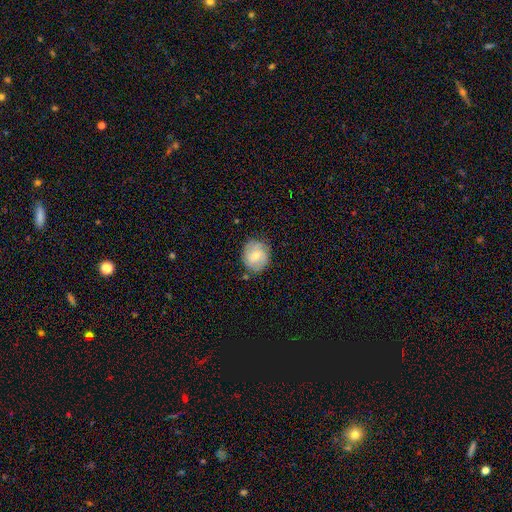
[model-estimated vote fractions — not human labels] This appears to be a smooth galaxy with no disk features (57%) that is round (72%). Merging: none (74%).